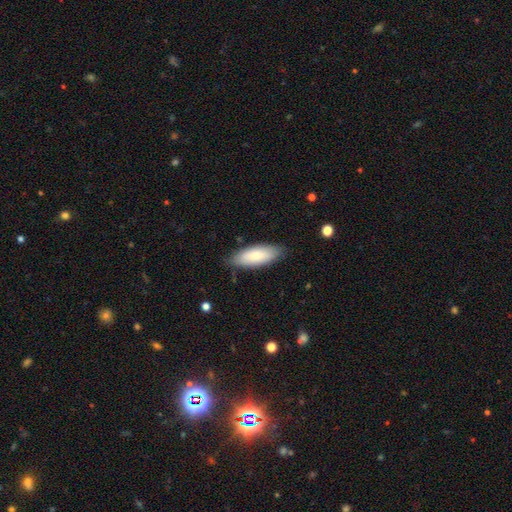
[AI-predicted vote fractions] Smooth or featured? Predicted: smooth (p=0.81). How rounded? Predicted: in between (p=0.74). Merging? Predicted: none (p=0.82).